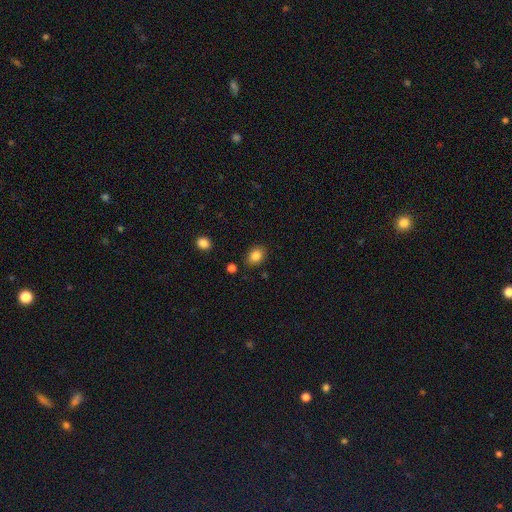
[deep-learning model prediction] smooth-or-featured: smooth: 85% | star or artifact: 10% | featured or disk: 5%
  how-rounded: in between: 55% | round: 44% | cigar-shaped: 1%
  merging: none: 84% | minor disturbance: 11% | merger: 3% | major disturbance: 3%